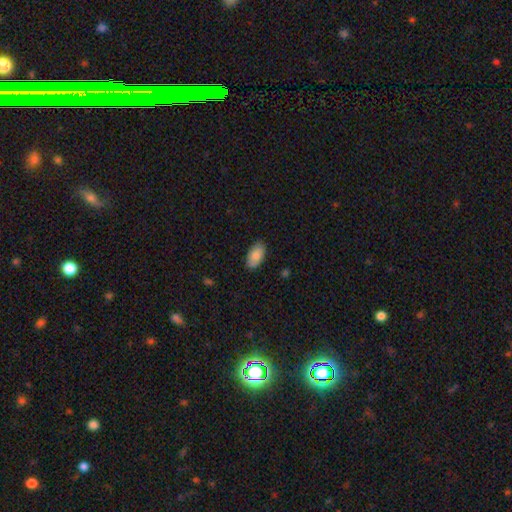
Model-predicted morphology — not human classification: smooth_or_featured: smooth (p=0.85) [alt: featured or disk p=0.09]
how_rounded: in between (p=0.95) [alt: round p=0.03]
merging: none (p=0.86) [alt: minor disturbance p=0.11]